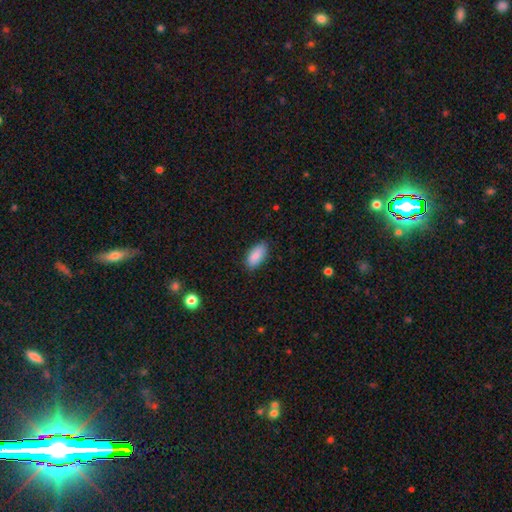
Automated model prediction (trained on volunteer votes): Overall: smooth (89%). How rounded: in between (92%). Merging: none (84%).